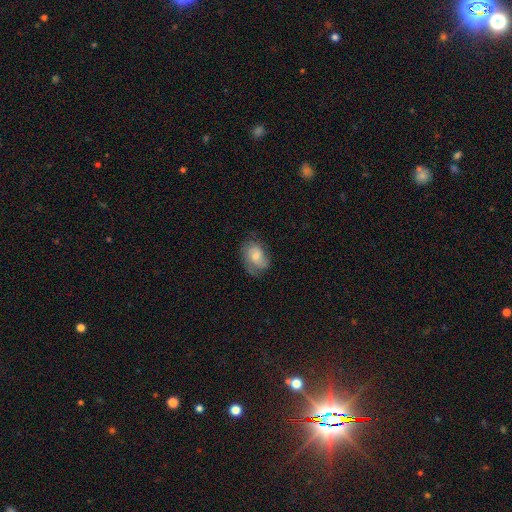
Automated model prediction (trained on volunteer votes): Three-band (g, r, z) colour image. It shows a smooth galaxy with no disk features (54%) that is in between round and cigar-shaped (77%). Merging: none (60%).